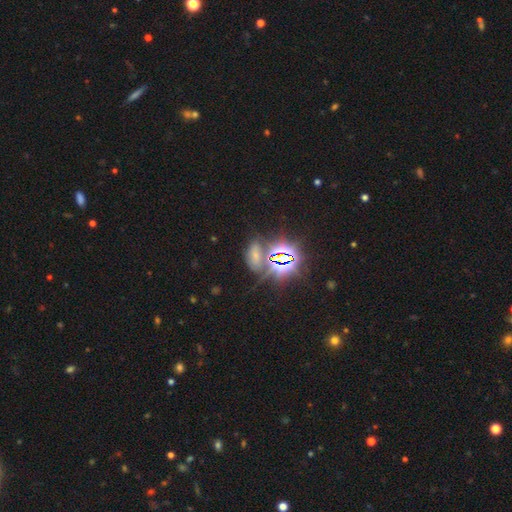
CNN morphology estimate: Overall: star or artifact (57%; smooth 29%).